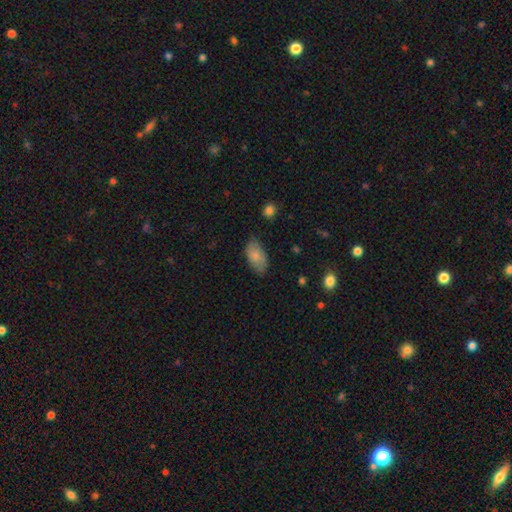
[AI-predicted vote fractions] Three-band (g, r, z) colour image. It shows a smooth galaxy with no disk features (79%) that is in between round and cigar-shaped (94%). Merging: none (74%).